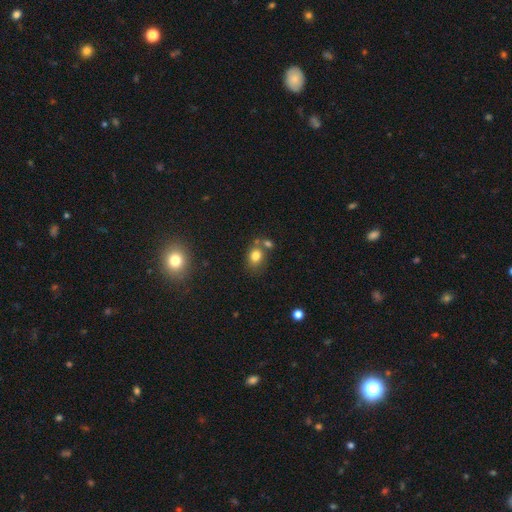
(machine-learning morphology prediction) The model was most divided on "how rounded": in between: 56%, round: 43%, cigar-shaped: 1%. More confident: smooth or featured — smooth (79%); merging — none (56%).